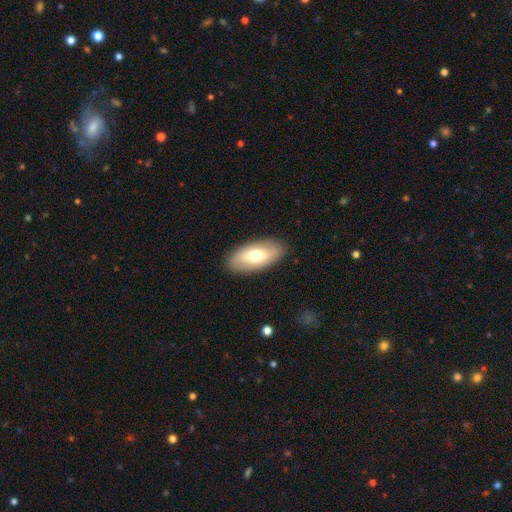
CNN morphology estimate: type=smooth (64%); roundness=in between (90%); merging=none (87%).